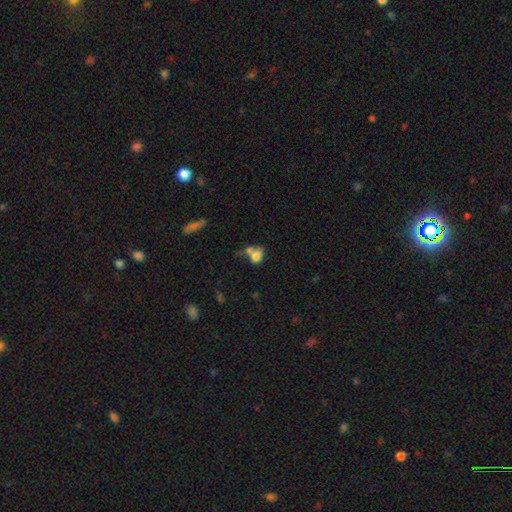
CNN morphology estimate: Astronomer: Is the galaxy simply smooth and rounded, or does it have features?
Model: smooth — 76%.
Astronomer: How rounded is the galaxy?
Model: in between — 71%.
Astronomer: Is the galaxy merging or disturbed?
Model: merger — 50% (runner-up: none, 30%).